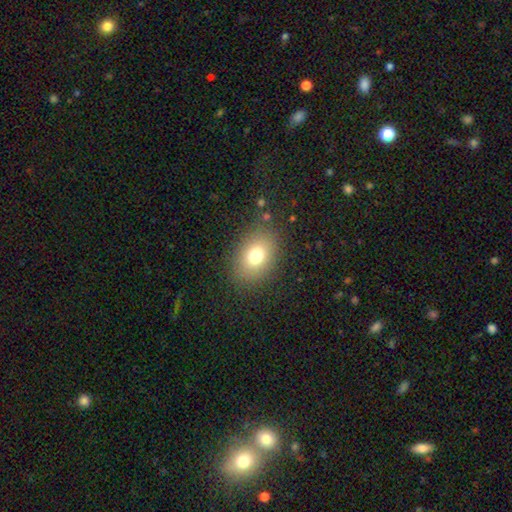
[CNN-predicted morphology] A smooth galaxy with no disk features (75%) that is in between round and cigar-shaped (70%).

Vote fractions:
- Smooth or featured? smooth: 75% / featured or disk: 13% / star or artifact: 13%
- How rounded? in between: 70% / round: 29% / cigar-shaped: 1%
- Merging? none: 84% / minor disturbance: 10% / major disturbance: 5% / merger: 1%